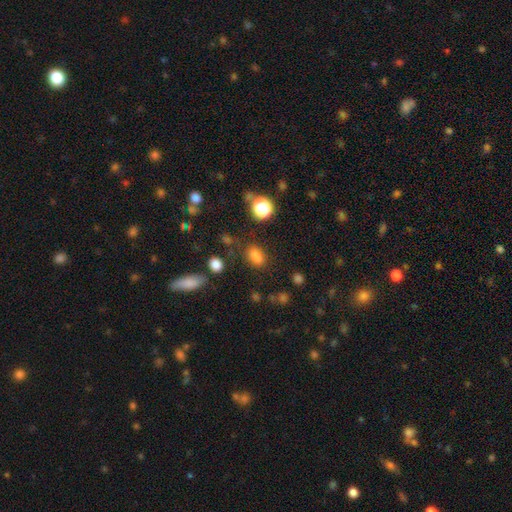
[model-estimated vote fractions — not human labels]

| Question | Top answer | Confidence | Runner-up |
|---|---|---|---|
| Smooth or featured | smooth | 79% | star or artifact (16%) |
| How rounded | in between | 74% | round (24%) |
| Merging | none | 70% | minor disturbance (17%) |